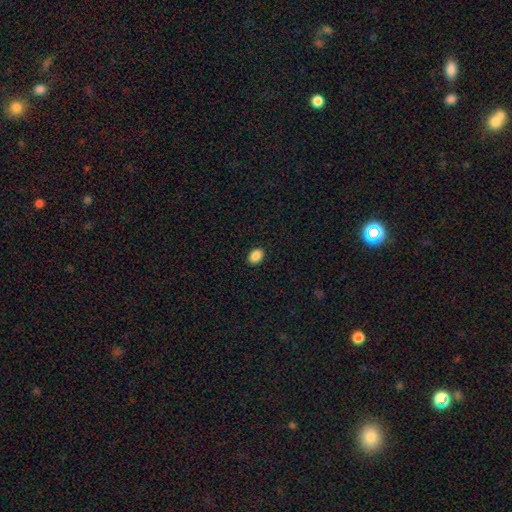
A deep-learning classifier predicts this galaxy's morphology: type=smooth (88%); roundness=in between (78%); merging=none (90%).